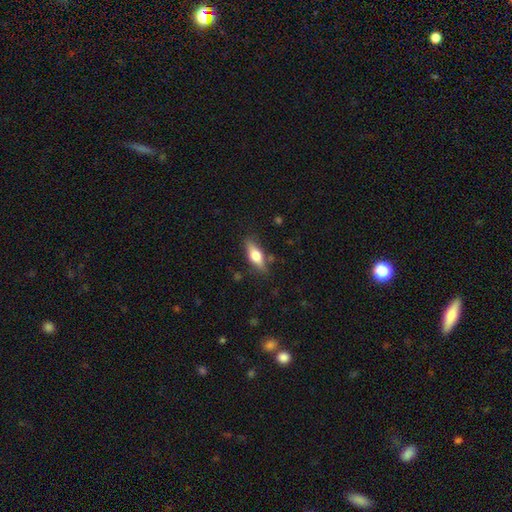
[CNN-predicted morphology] A smooth galaxy with no disk features (59%) that is in between round and cigar-shaped (60%).

Vote fractions:
- Smooth or featured? smooth: 59% / featured or disk: 34% / star or artifact: 7%
- How rounded? in between: 60% / cigar-shaped: 36% / round: 4%
- Merging? none: 81% / minor disturbance: 13% / major disturbance: 3% / merger: 2%